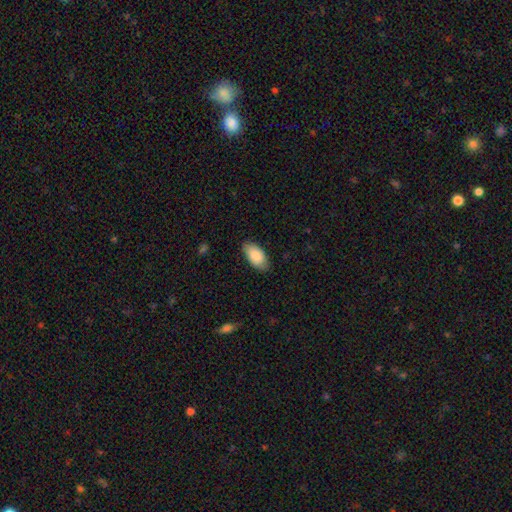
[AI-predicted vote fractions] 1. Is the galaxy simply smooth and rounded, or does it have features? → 87% smooth, 7% featured or disk, 6% star or artifact.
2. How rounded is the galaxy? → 94% in between, 3% cigar-shaped, 3% round.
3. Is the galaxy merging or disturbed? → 81% none, 15% minor disturbance, 3% major disturbance, 1% merger.